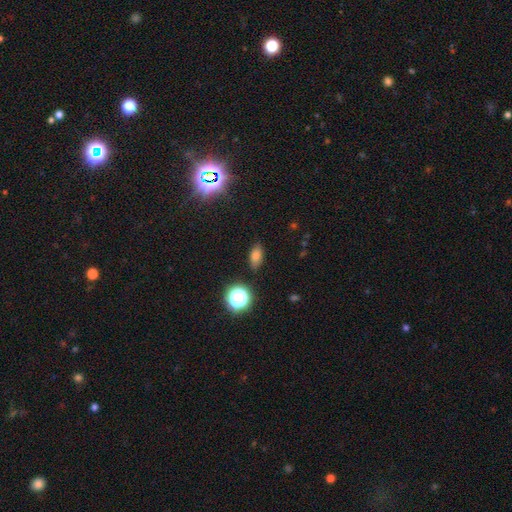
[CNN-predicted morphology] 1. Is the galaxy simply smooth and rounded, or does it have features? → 76% smooth, 17% star or artifact, 7% featured or disk.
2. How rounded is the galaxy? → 84% in between, 11% round, 5% cigar-shaped.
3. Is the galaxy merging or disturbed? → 85% none, 10% minor disturbance, 3% major disturbance, 2% merger.